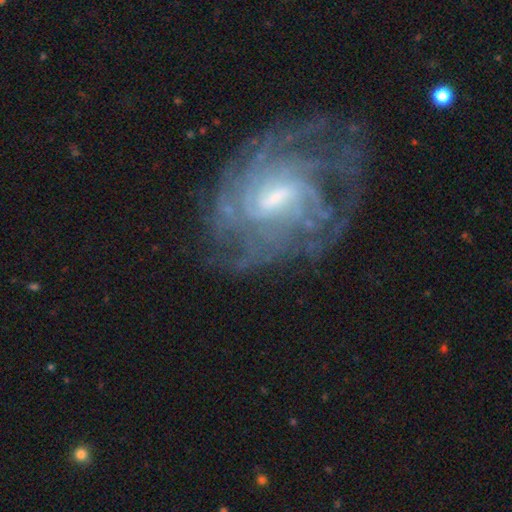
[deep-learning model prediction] Overall: featured or disk (84%). Edge-on disk: no (96%). Bar: weak (56%; no 25%). Spiral arms: yes (93%). Spiral arm count: can't tell (45%; 4 17%). Spiral winding: tight (60%; medium 31%). Bulge size: moderate (48%; small 38%). Merging: none (69%).